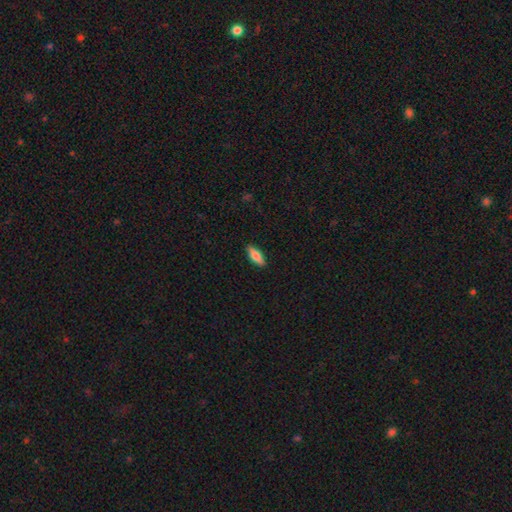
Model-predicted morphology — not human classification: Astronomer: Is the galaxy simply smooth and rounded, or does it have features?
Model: smooth — 79%.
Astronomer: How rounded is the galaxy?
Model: in between — 67%.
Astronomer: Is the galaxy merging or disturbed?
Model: none — 89%.